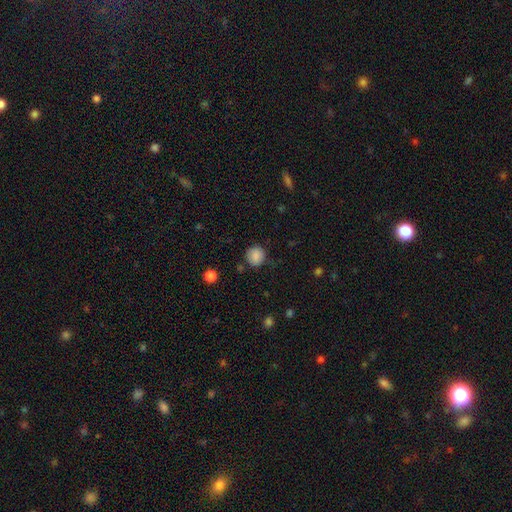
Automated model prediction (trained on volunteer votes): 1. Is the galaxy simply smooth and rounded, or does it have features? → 85% smooth, 9% star or artifact, 5% featured or disk.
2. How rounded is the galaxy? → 86% round, 13% in between, 1% cigar-shaped.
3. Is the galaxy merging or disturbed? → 79% none, 15% minor disturbance, 4% major disturbance, 2% merger.